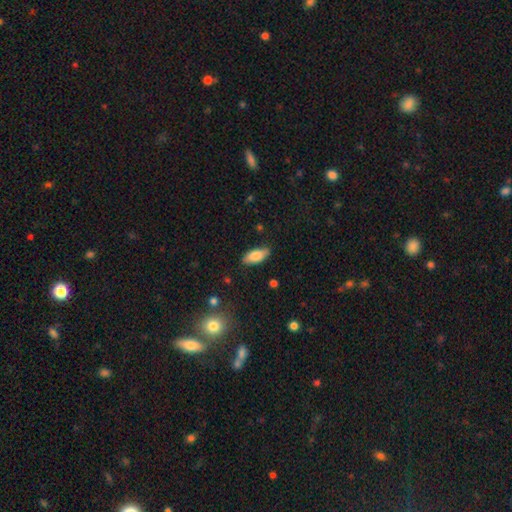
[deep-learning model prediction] This is clearly a smooth galaxy (82%). How rounded: clearly in between (85%). Merging: clearly none (82%).